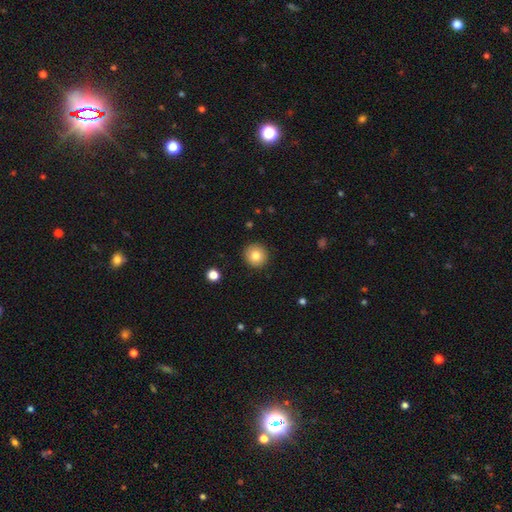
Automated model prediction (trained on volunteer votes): smooth_or_featured: smooth (p=0.81) [alt: featured or disk p=0.10]
how_rounded: round (p=0.94) [alt: in between p=0.05]
merging: none (p=0.92) [alt: minor disturbance p=0.05]